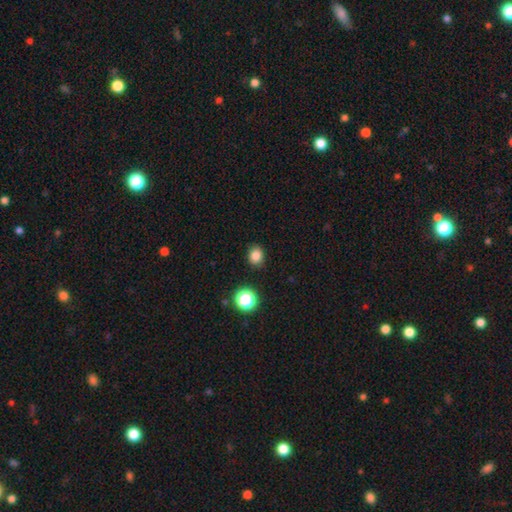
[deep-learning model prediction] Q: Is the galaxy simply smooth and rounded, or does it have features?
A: smooth — 83%.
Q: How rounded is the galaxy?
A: round — 60%.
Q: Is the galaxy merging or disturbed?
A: none — 88%.